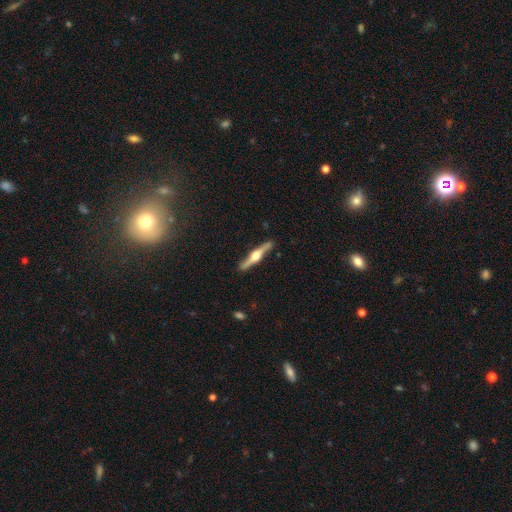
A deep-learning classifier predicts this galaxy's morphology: This is likely a featured or disk galaxy (76%). It is clearly viewed edge-on (97%). Edge-on bulge: clearly rounded (92%). Merging: clearly none (88%).